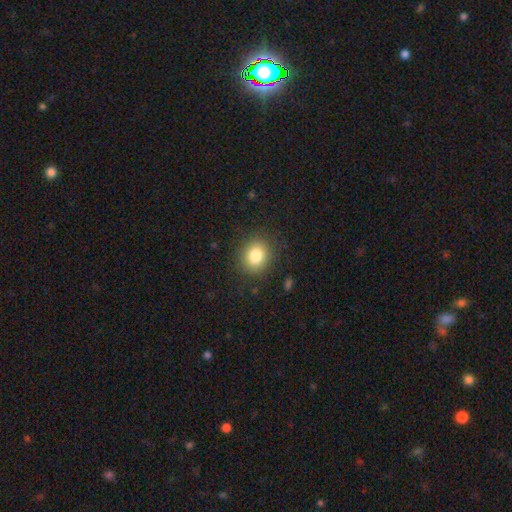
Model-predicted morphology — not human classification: This is clearly a smooth galaxy (82%). How rounded: likely round (70%). Merging: clearly none (86%).